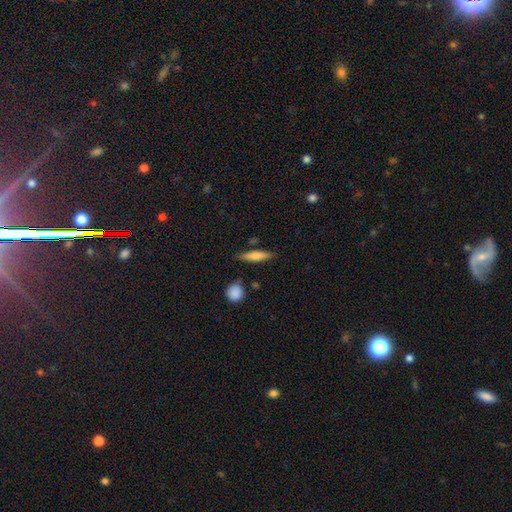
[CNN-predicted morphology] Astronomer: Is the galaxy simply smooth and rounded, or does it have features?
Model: smooth — 66%.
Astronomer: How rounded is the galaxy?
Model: cigar-shaped — 76%.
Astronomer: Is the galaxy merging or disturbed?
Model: none — 82%.